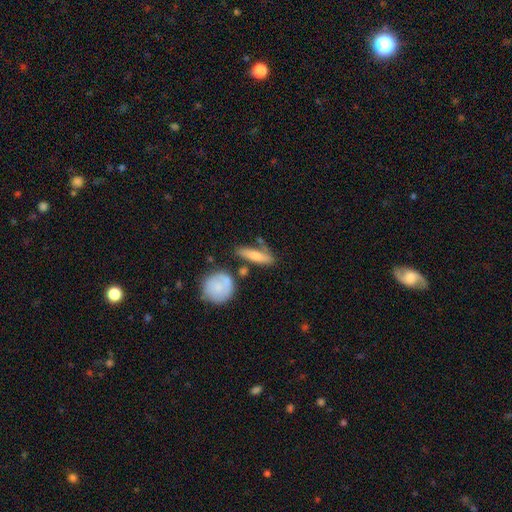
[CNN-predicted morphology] This appears to be a smooth galaxy with no disk features (67%) that is cigar-shaped (67%). Merging: none (68%).